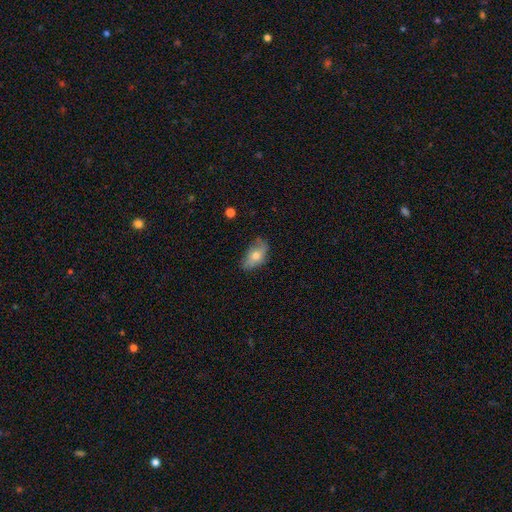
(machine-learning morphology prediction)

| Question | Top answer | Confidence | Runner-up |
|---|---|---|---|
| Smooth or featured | smooth | 65% | featured or disk (27%) |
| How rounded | in between | 88% | round (6%) |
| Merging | none | 64% | minor disturbance (27%) |